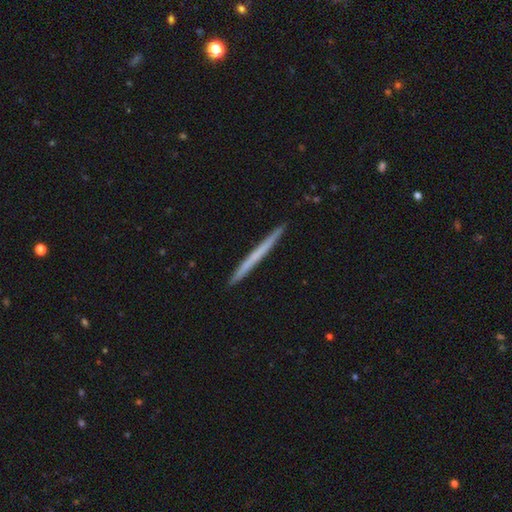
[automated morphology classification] smooth 50%, featured or disk 45%, star or artifact 5%. Down the decision tree: merging — none (92%).